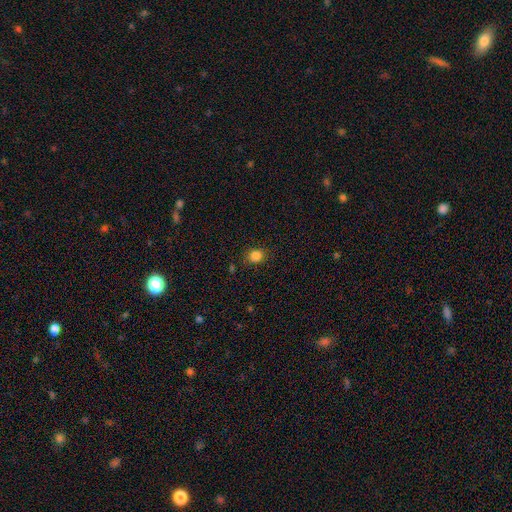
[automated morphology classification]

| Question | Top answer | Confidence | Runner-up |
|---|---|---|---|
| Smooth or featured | smooth | 84% | star or artifact (12%) |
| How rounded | round | 74% | in between (25%) |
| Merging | none | 86% | minor disturbance (9%) |